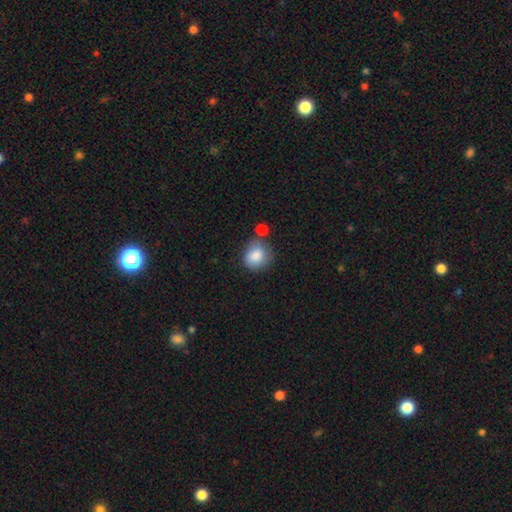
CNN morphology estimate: A smooth galaxy with no disk features (85%) that is round (72%). Merging: none (59%).